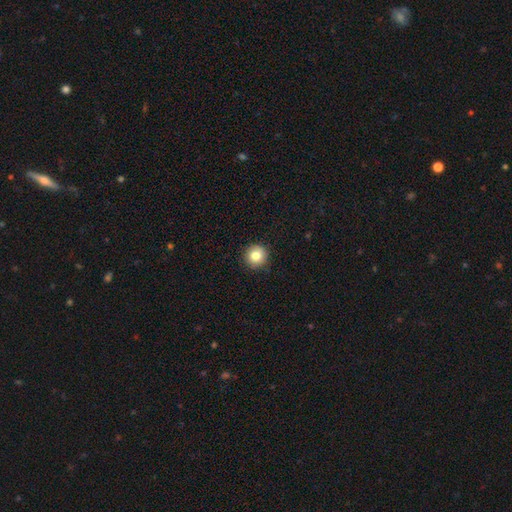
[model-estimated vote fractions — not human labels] Morphology: type=smooth (81%); roundness=round (95%); merging=none (91%).